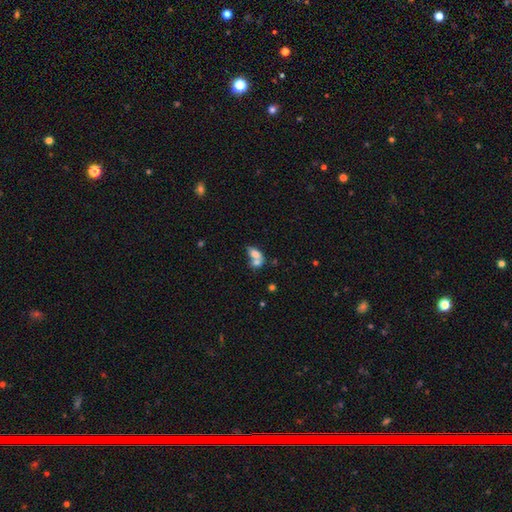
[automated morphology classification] smooth_or_featured: smooth (p=0.72) [alt: featured or disk p=0.19]
how_rounded: in between (p=0.84) [alt: round p=0.11]
merging: merger (p=0.67) [alt: none p=0.19]